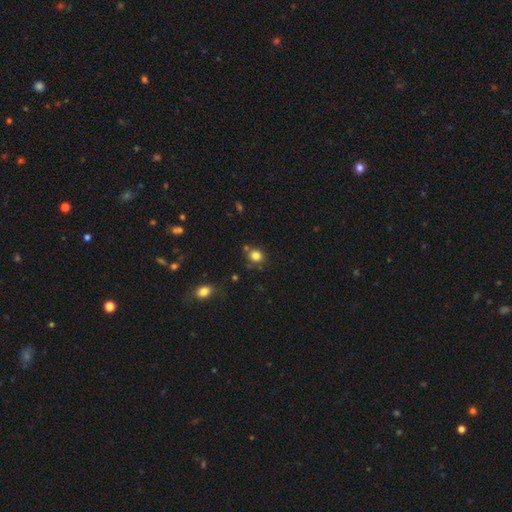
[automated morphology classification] This is clearly a smooth galaxy (82%). How rounded: clearly round (81%). Merging: likely none (75%).